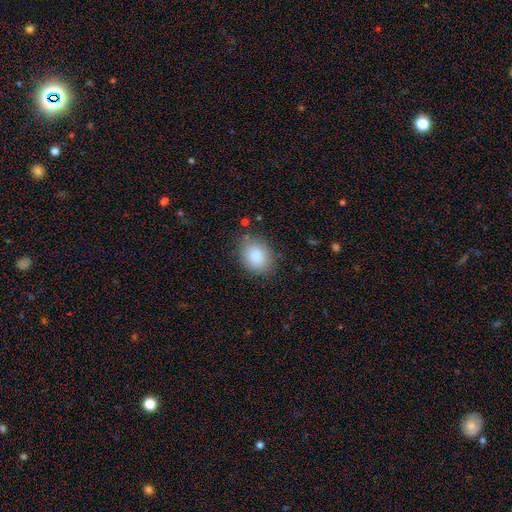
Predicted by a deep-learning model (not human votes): This is clearly a smooth galaxy (82%). How rounded: possibly in between (57%). Merging: clearly none (80%).